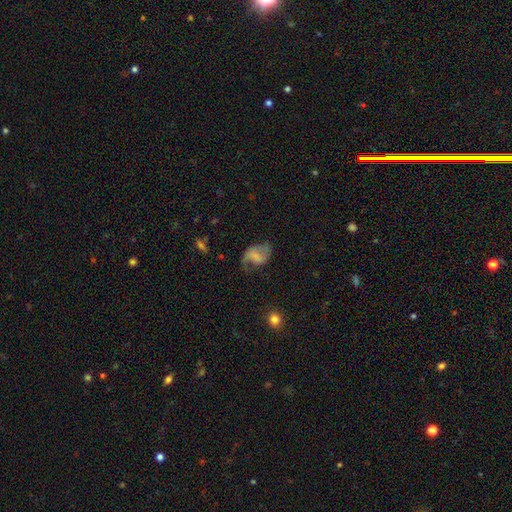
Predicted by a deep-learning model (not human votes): A featured or disk galaxy (49%).

Vote fractions:
- Smooth or featured? featured or disk: 49% / smooth: 41% / star or artifact: 10%
- Merging? none: 43% / minor disturbance: 28% / major disturbance: 27% / merger: 2%